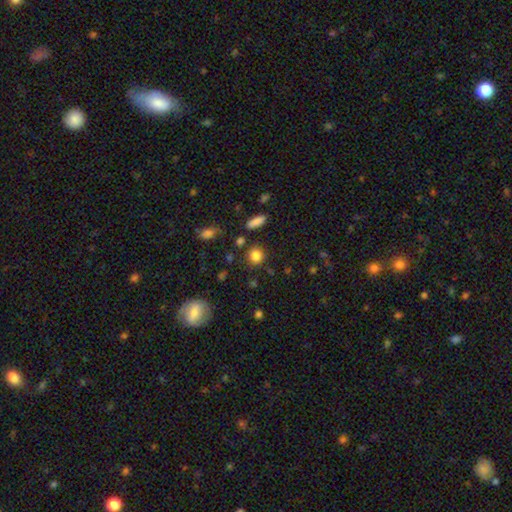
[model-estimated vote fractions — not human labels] Smooth or featured: smooth — 83% (star or artifact — 11%)
How rounded: round — 85% (in between — 13%)
Merging: none — 84% (minor disturbance — 9%)